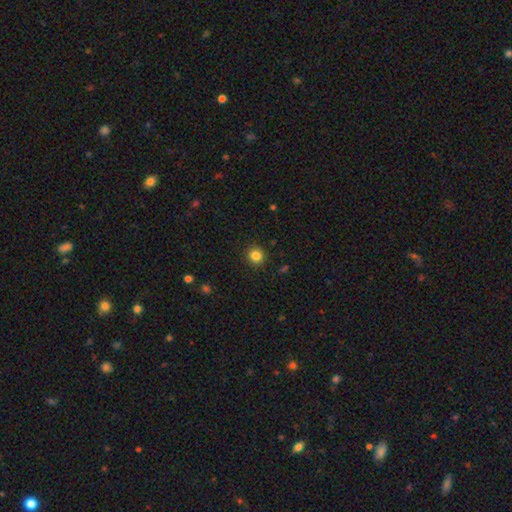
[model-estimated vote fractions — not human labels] Q: Smooth or featured?
A: smooth (84%); runner-up: star or artifact (11%)
Q: How rounded?
A: round (92%); runner-up: in between (7%)
Q: Merging?
A: none (91%); runner-up: minor disturbance (6%)